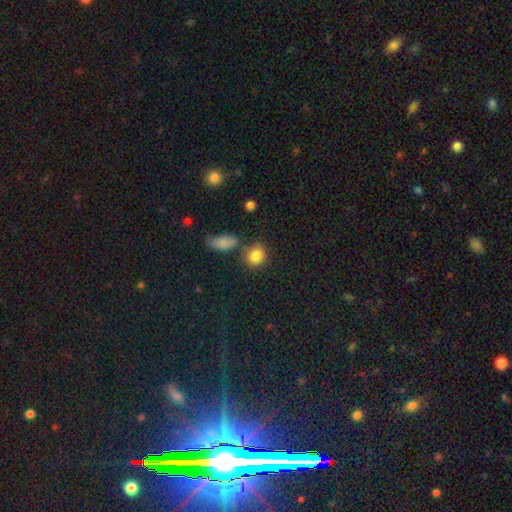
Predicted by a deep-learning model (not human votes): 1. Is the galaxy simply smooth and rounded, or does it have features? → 85% smooth, 10% star or artifact, 6% featured or disk.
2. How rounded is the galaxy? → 64% round, 33% in between, 2% cigar-shaped.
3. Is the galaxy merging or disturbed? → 67% none, 15% merger, 14% minor disturbance, 5% major disturbance.